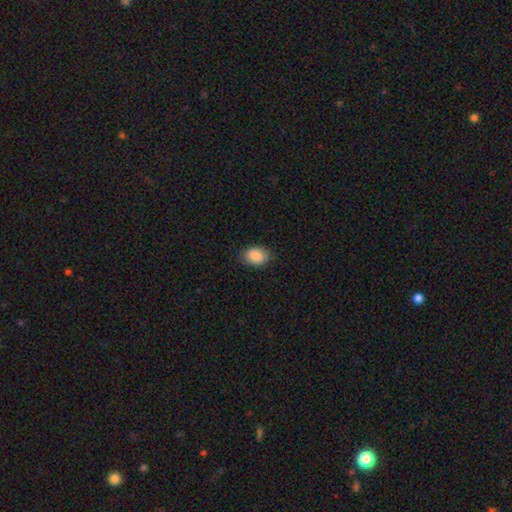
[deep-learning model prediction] A smooth galaxy with no disk features (88%) that is in between round and cigar-shaped (74%). Merging: none (83%).